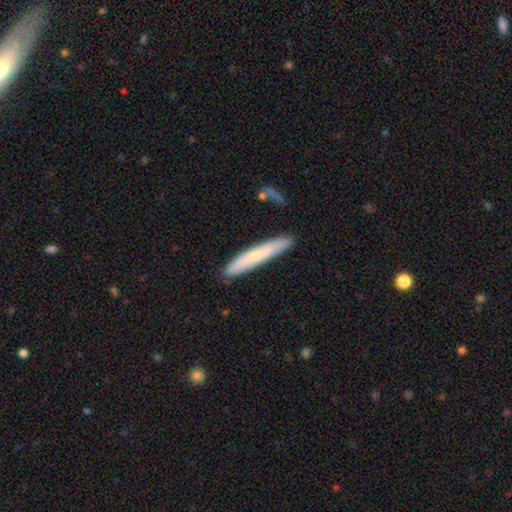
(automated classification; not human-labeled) Overall: smooth (70%). How rounded: cigar-shaped (94%). Merging: none (86%).